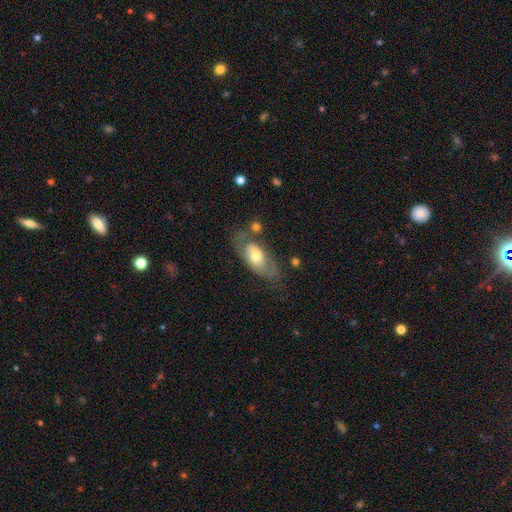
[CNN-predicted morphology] This appears to be a smooth galaxy with no disk features (47%). Merging: none (59%).